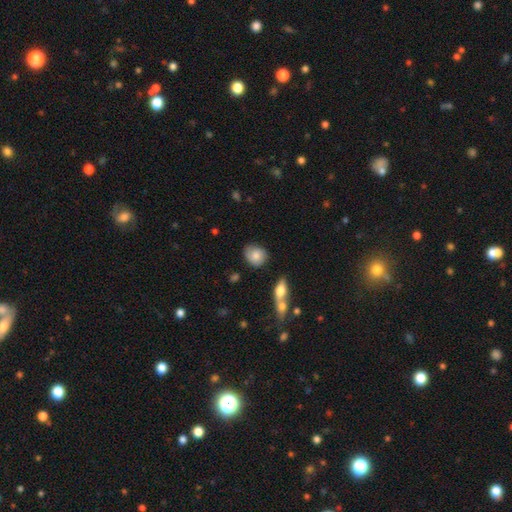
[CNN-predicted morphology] Smooth or featured? Predicted: smooth (p=0.70). How rounded? Predicted: round (p=0.62). Merging? Predicted: none (p=0.71).